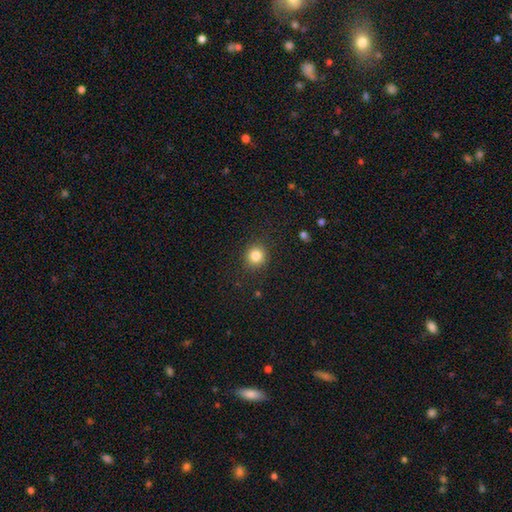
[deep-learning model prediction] Morphology: type=smooth (84%); roundness=round (88%); merging=none (89%).